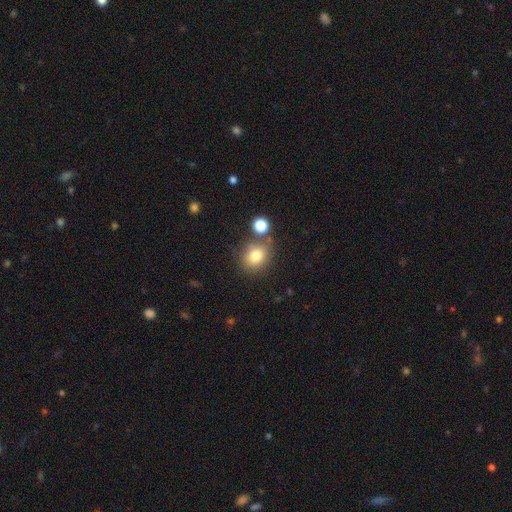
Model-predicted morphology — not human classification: smooth_or_featured: smooth (p=0.78) [alt: star or artifact p=0.12]
how_rounded: round (p=0.64) [alt: in between p=0.35]
merging: none (p=0.69) [alt: merger p=0.14]